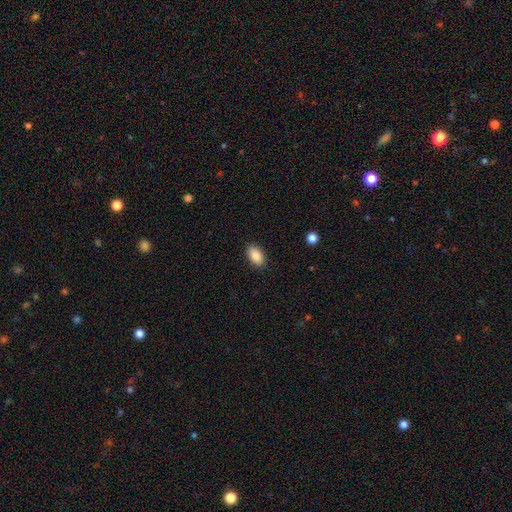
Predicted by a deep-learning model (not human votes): A smooth galaxy with no disk features (88%) that is in between round and cigar-shaped (93%).

Vote fractions:
- Smooth or featured? smooth: 88% / star or artifact: 7% / featured or disk: 5%
- How rounded? in between: 93% / round: 5% / cigar-shaped: 2%
- Merging? none: 88% / minor disturbance: 8% / major disturbance: 2% / merger: 1%